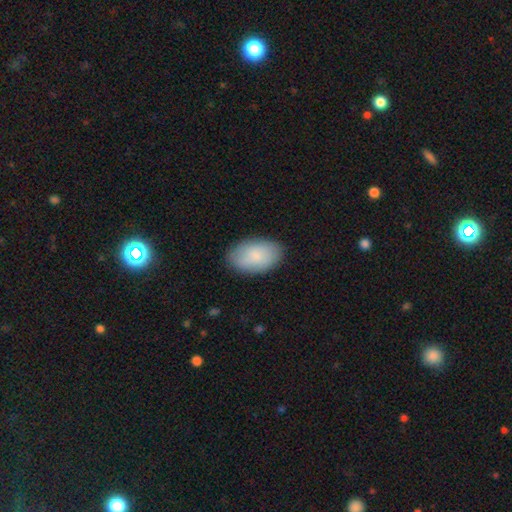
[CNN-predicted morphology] Smooth or featured?
  - smooth: 84% *
  - featured or disk: 10%
  - star or artifact: 6%
How rounded?
  - in between: 93% *
  - round: 6%
  - cigar-shaped: 1%
Merging?
  - none: 85% *
  - minor disturbance: 11%
  - major disturbance: 3%
  - merger: 1%